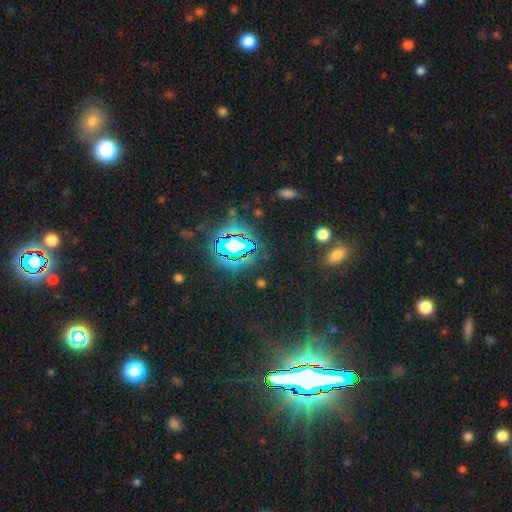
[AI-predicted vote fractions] The model was most divided on "smooth or featured": star or artifact: 82%, smooth: 9%, featured or disk: 8%.